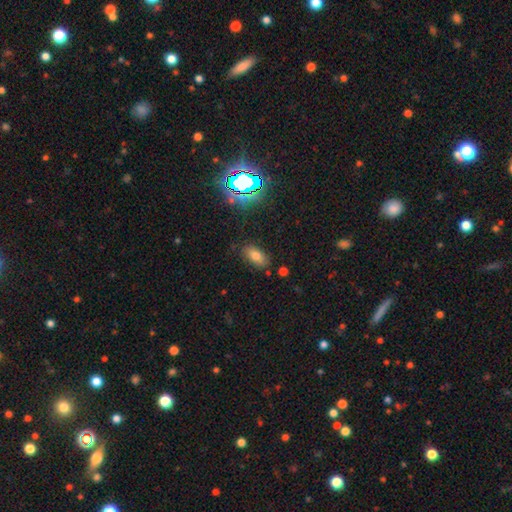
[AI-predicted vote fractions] Smooth or featured? Predicted: smooth (p=0.72). How rounded? Predicted: in between (p=0.88). Merging? Predicted: none (p=0.82).